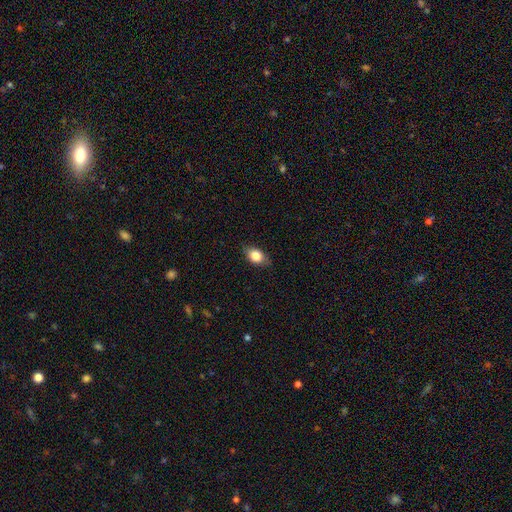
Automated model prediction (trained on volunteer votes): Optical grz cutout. It shows a smooth galaxy with no disk features (81%) that is in between round and cigar-shaped (75%). Merging: none (79%).